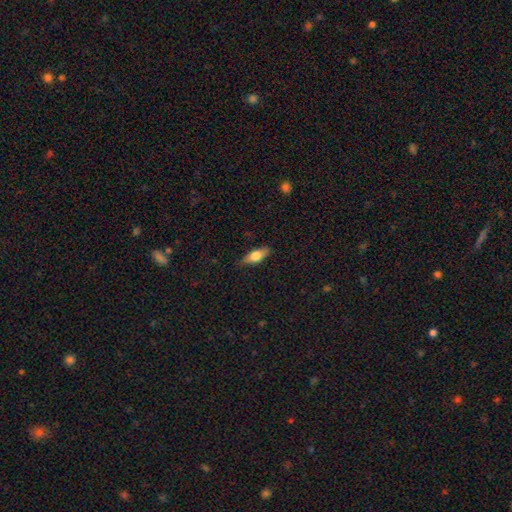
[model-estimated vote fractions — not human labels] smooth_or_featured: smooth (p=0.69) [alt: featured or disk p=0.24]
how_rounded: in between (p=0.72) [alt: cigar-shaped p=0.25]
merging: none (p=0.82) [alt: minor disturbance p=0.14]